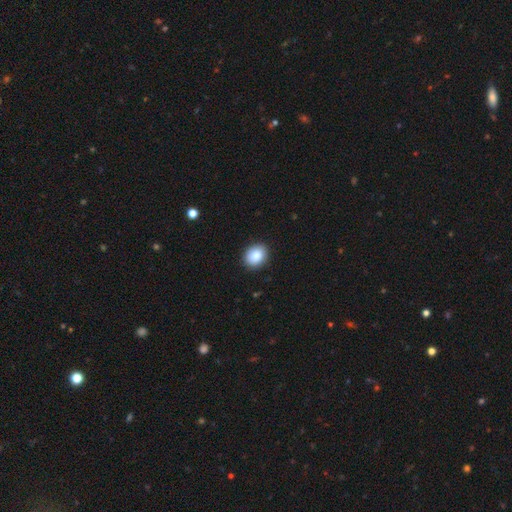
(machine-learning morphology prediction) Q: Smooth or featured?
A: smooth (87%); runner-up: star or artifact (8%)
Q: How rounded?
A: round (51%); runner-up: in between (48%)
Q: Merging?
A: none (90%); runner-up: minor disturbance (7%)